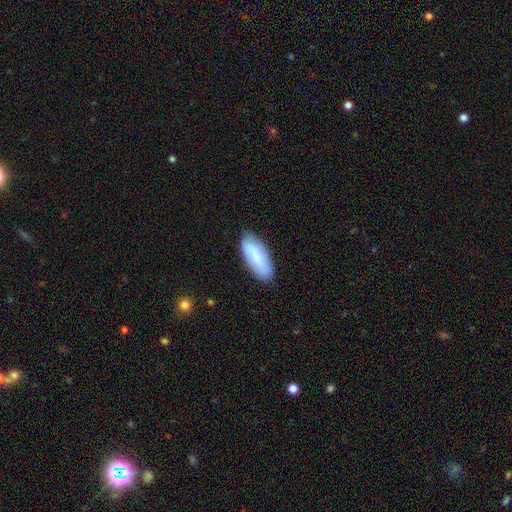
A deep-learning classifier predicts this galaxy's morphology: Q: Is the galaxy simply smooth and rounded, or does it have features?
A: smooth — 74%.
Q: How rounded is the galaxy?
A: in between — 77%.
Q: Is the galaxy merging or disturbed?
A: none — 81%.